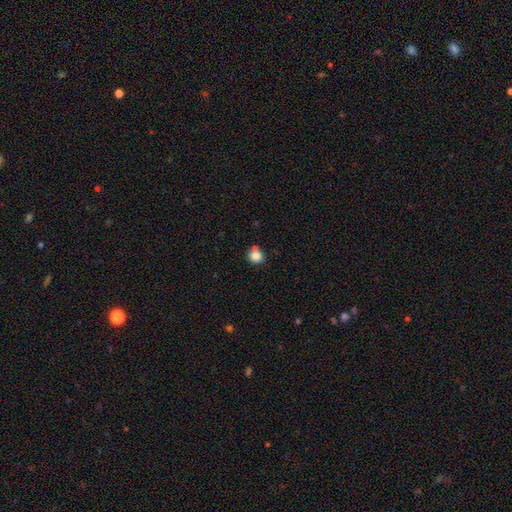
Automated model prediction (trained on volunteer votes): This appears to be a smooth galaxy with no disk features (83%) that is round (83%). Merging: none (63%).